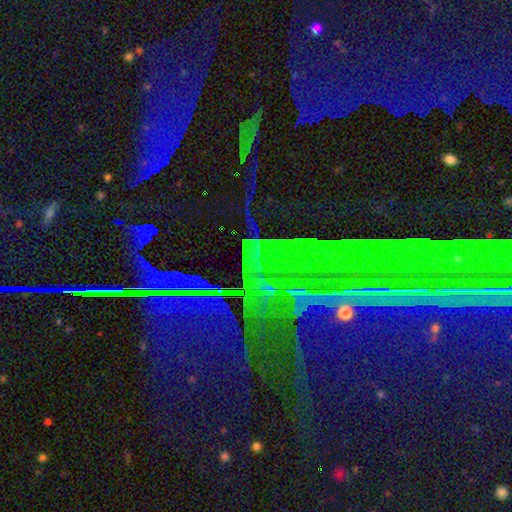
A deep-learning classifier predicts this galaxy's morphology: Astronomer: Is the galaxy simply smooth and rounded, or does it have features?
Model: star or artifact — 85%.